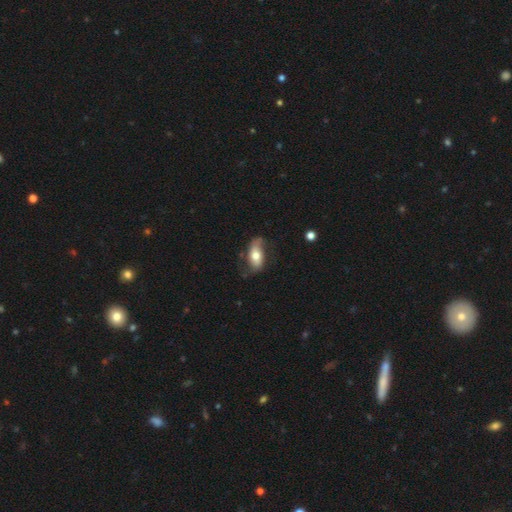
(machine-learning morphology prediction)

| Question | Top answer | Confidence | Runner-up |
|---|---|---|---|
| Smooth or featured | smooth | 50% | featured or disk (44%) |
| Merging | none | 58% | minor disturbance (27%) |